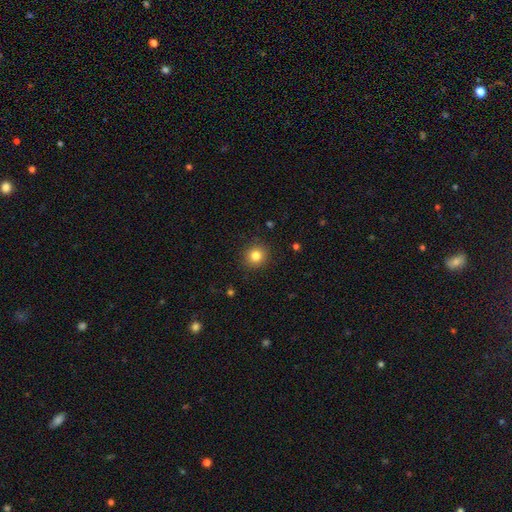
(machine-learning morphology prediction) Overall: smooth (82%). How rounded: round (90%). Merging: none (90%).